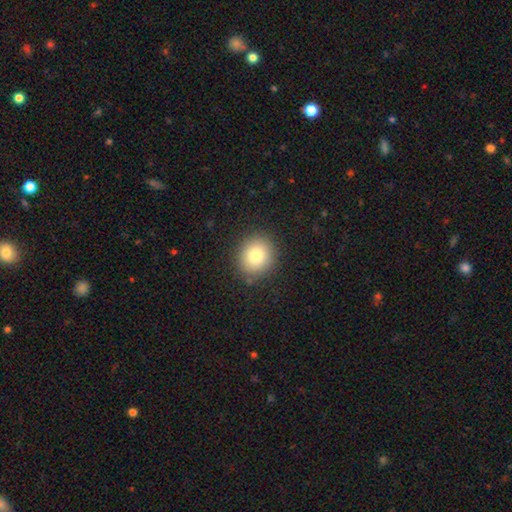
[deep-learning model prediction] Smooth or featured?
  - smooth: 80% *
  - star or artifact: 11%
  - featured or disk: 9%
How rounded?
  - round: 82% *
  - in between: 18%
  - cigar-shaped: 1%
Merging?
  - none: 88% *
  - minor disturbance: 8%
  - major disturbance: 3%
  - merger: 1%